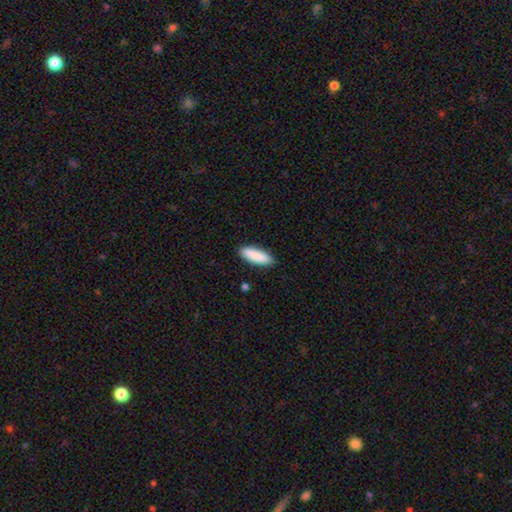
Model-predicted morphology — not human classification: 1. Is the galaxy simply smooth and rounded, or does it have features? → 88% smooth, 6% featured or disk, 6% star or artifact.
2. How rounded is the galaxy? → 50% in between, 49% cigar-shaped, 2% round.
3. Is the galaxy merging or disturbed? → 88% none, 9% minor disturbance, 2% major disturbance, 1% merger.